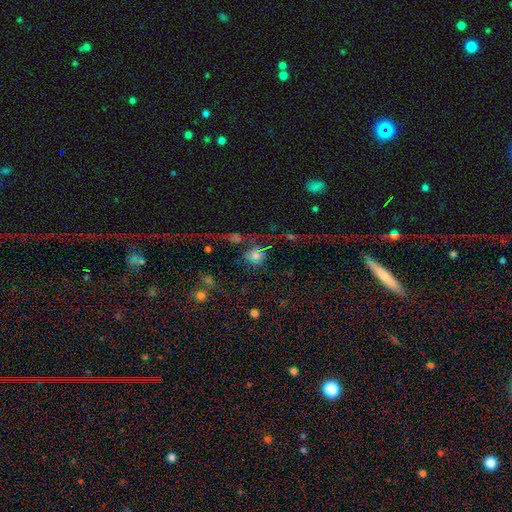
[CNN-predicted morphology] smooth_or_featured: star or artifact (p=0.46) [alt: smooth p=0.41]